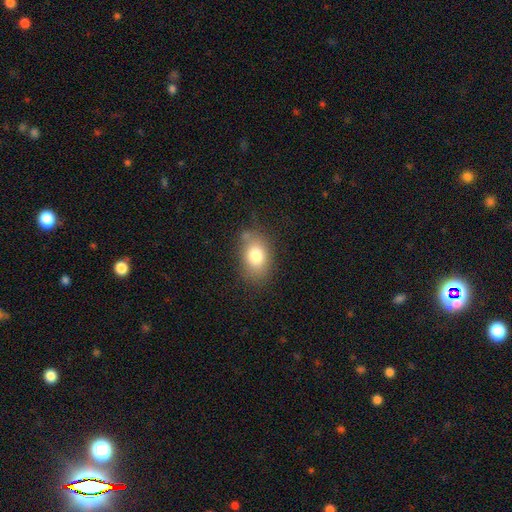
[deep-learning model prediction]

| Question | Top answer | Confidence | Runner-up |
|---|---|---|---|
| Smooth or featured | smooth | 78% | featured or disk (12%) |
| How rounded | in between | 79% | round (20%) |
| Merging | none | 69% | minor disturbance (20%) |